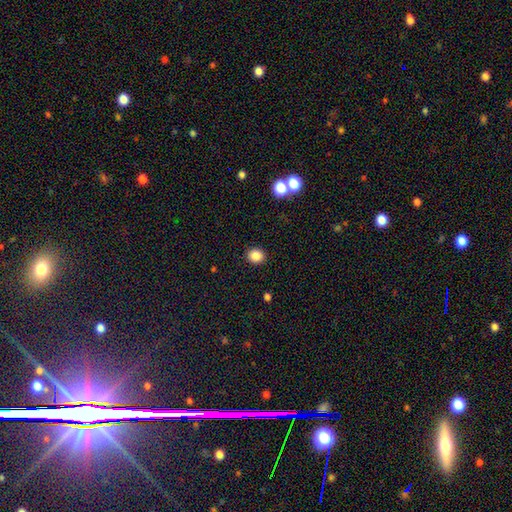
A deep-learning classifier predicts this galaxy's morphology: smooth-or-featured: smooth: 86% | star or artifact: 11% | featured or disk: 4%
  how-rounded: round: 75% | in between: 24% | cigar-shaped: 1%
  merging: none: 91% | minor disturbance: 6% | major disturbance: 2% | merger: 1%